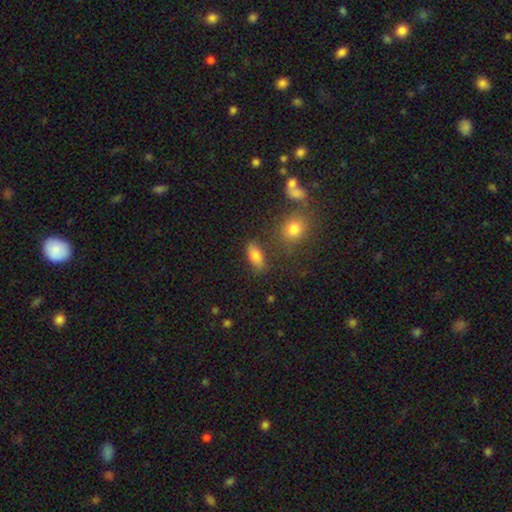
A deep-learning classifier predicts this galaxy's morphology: A smooth galaxy with no disk features (77%) that is in between round and cigar-shaped (82%).

Vote fractions:
- Smooth or featured? smooth: 77% / featured or disk: 12% / star or artifact: 11%
- How rounded? in between: 82% / cigar-shaped: 11% / round: 8%
- Merging? none: 75% / minor disturbance: 13% / merger: 7% / major disturbance: 5%